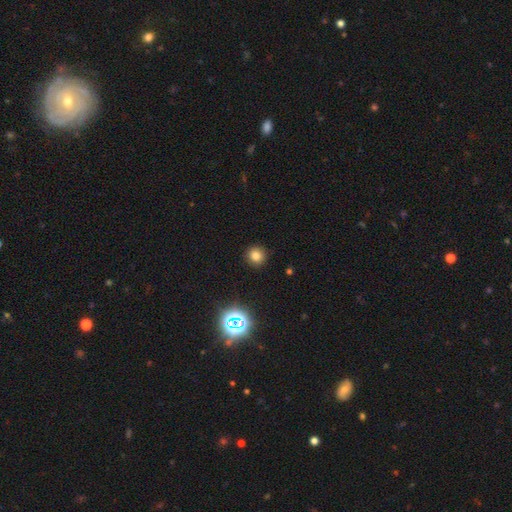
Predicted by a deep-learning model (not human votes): Overall: smooth (77%). How rounded: round (93%). Merging: none (91%).